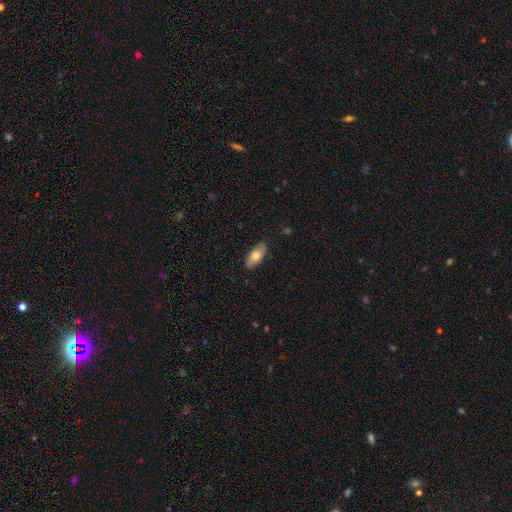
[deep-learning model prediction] Smooth or featured?
  - smooth: 72% *
  - featured or disk: 22%
  - star or artifact: 6%
How rounded?
  - in between: 84% *
  - cigar-shaped: 14%
  - round: 2%
Merging?
  - none: 87% *
  - minor disturbance: 10%
  - major disturbance: 2%
  - merger: 1%